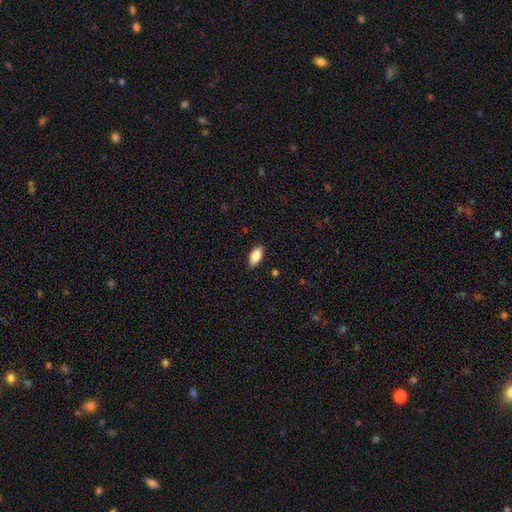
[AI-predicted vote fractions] Q: Smooth or featured?
A: smooth (86%); runner-up: featured or disk (7%)
Q: How rounded?
A: in between (91%); runner-up: cigar-shaped (7%)
Q: Merging?
A: none (88%); runner-up: minor disturbance (9%)